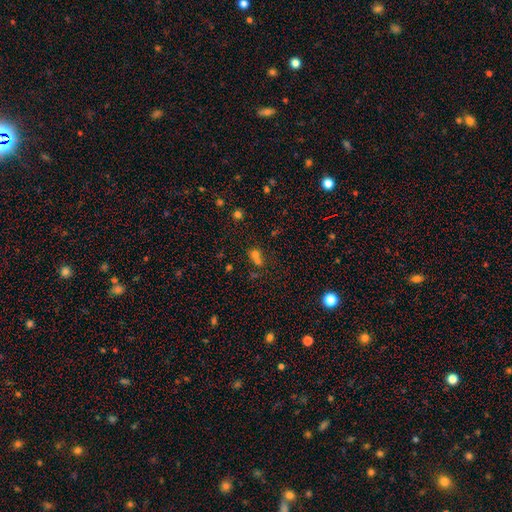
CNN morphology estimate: smooth-or-featured: smooth: 63% | star or artifact: 23% | featured or disk: 14%
  how-rounded: round: 74% | in between: 24% | cigar-shaped: 1%
  merging: merger: 54% | none: 35% | minor disturbance: 7% | major disturbance: 4%